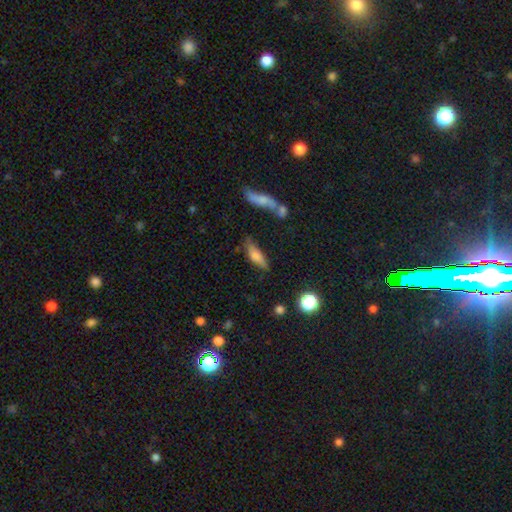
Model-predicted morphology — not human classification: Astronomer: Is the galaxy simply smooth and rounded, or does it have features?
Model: smooth — 70%.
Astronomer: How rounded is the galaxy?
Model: in between — 54% (runner-up: cigar-shaped, 43%).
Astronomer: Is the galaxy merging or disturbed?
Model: none — 59%.